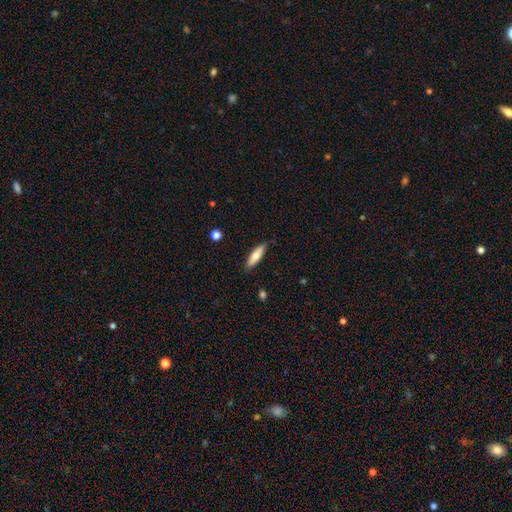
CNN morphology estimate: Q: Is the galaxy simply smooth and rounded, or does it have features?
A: smooth — 71%.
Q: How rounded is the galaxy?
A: cigar-shaped — 62%.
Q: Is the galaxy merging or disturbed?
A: none — 86%.